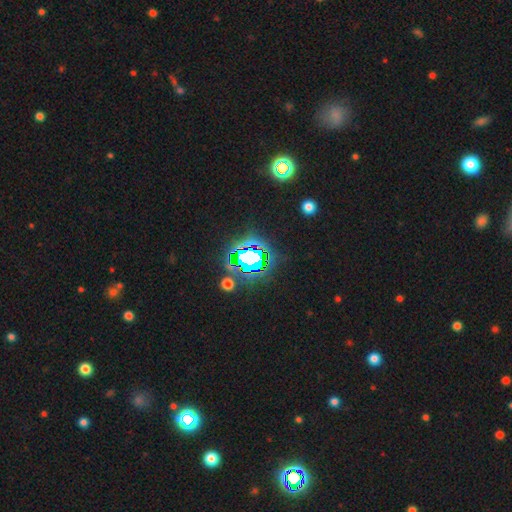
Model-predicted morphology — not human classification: Smooth or featured? star or artifact (71%)